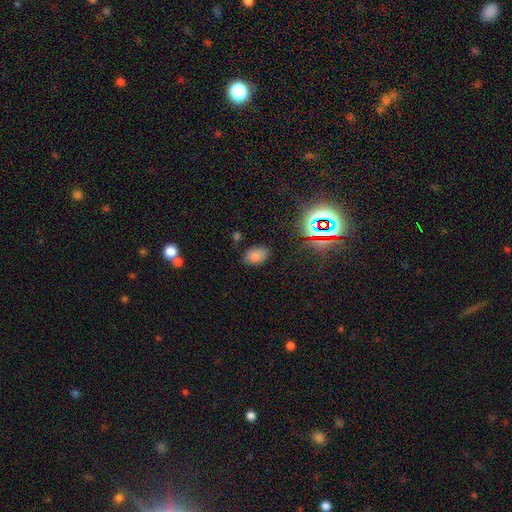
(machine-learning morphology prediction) smooth_or_featured: smooth (p=0.73) [alt: star or artifact p=0.19]
how_rounded: in between (p=0.85) [alt: round p=0.13]
merging: none (p=0.75) [alt: minor disturbance p=0.18]